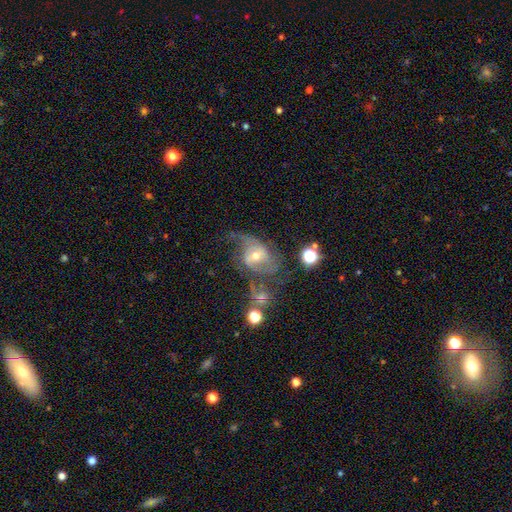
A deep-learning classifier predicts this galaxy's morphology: featured or disk 77%, smooth 14%, star or artifact 10%. Down the decision tree: edge-on disk — no (96%); bar — weak (41%, tied with no); spiral arms — yes (88%); spiral arm count — 2 (69%); spiral winding — loose (47%); bulge size — moderate (53%); merging — none (36%).